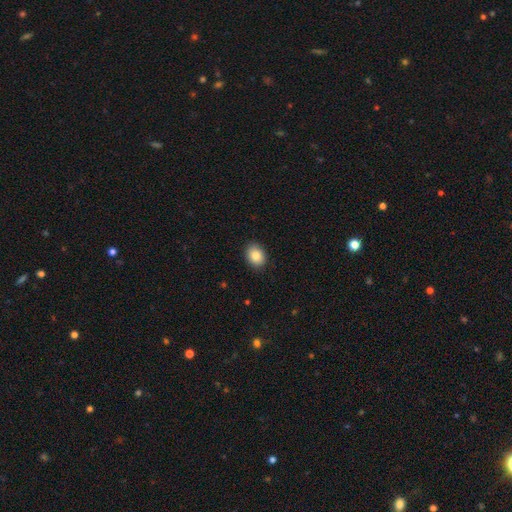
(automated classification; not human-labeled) smooth_or_featured: smooth (p=0.86) [alt: star or artifact p=0.08]
how_rounded: in between (p=0.64) [alt: round p=0.35]
merging: none (p=0.88) [alt: minor disturbance p=0.09]